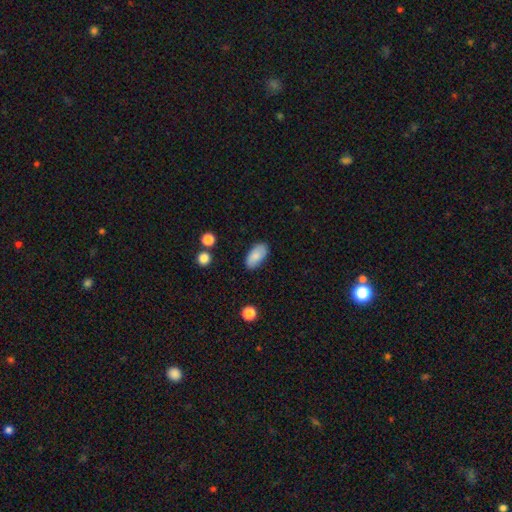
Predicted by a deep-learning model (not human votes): This is clearly a smooth galaxy (83%). How rounded: clearly in between (94%). Merging: clearly none (84%).